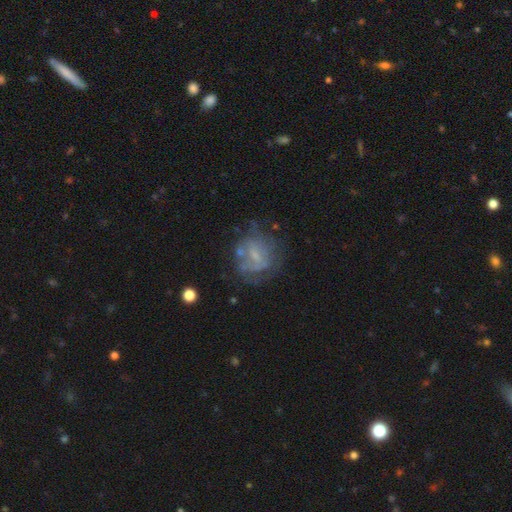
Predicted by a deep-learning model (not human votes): Smooth or featured? Predicted: featured or disk (p=0.57). Edge-on disk? Predicted: no (p=0.97). Bar? Predicted: no (p=0.52). Spiral arms? Predicted: no (p=0.54). Bulge size? Predicted: small (p=0.52). Merging? Predicted: none (p=0.53).